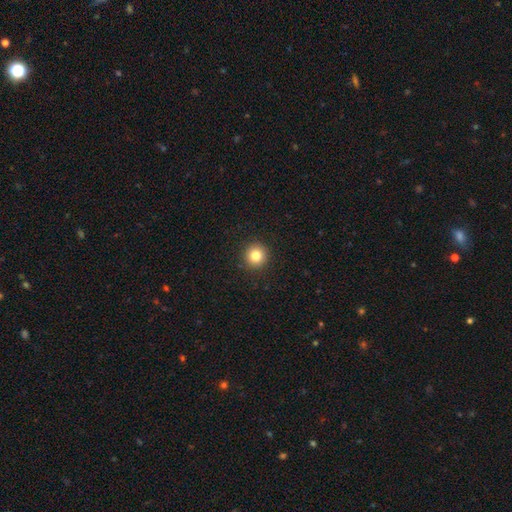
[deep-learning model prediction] Smooth or featured?
  - smooth: 83% *
  - star or artifact: 11%
  - featured or disk: 6%
How rounded?
  - round: 95% *
  - in between: 4%
  - cigar-shaped: 1%
Merging?
  - none: 92% *
  - minor disturbance: 5%
  - major disturbance: 2%
  - merger: 1%